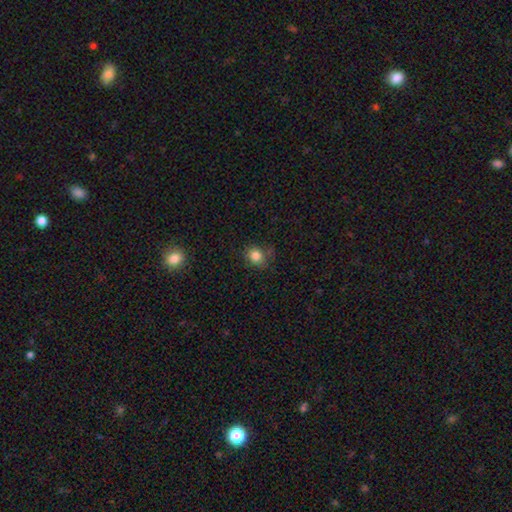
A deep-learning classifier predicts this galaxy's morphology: The model was most divided on "how rounded": round: 70%, in between: 29%, cigar-shaped: 1%. More confident: smooth or featured — smooth (82%); merging — none (71%).